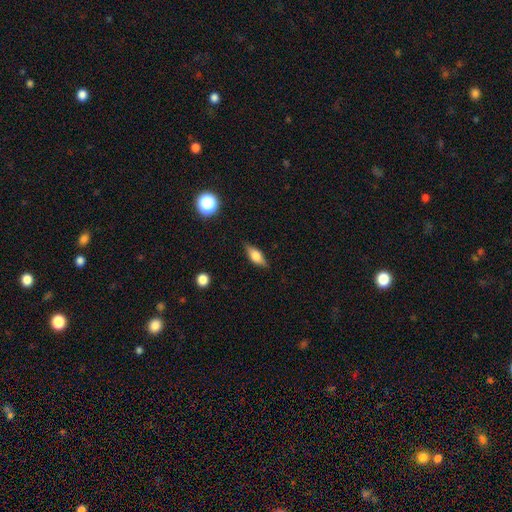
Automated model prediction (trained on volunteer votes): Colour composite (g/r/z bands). It shows a smooth galaxy with no disk features (56%) that is in between round and cigar-shaped (70%). Merging: none (82%).